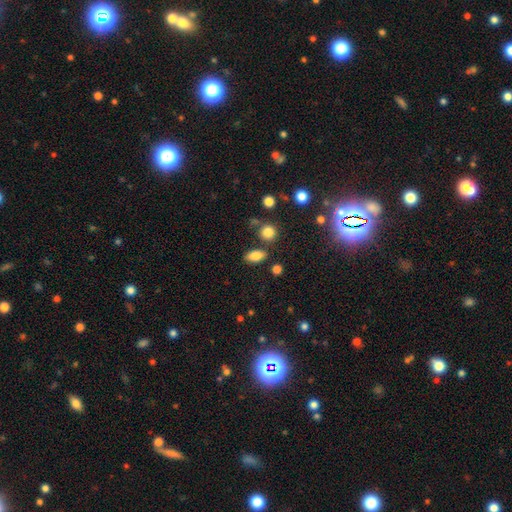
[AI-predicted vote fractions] Q: Smooth or featured?
A: smooth (81%); runner-up: star or artifact (10%)
Q: How rounded?
A: in between (86%); runner-up: round (8%)
Q: Merging?
A: none (80%); runner-up: minor disturbance (11%)